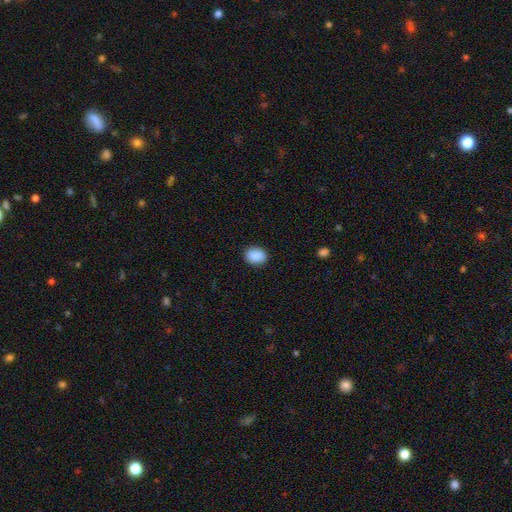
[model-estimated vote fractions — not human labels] smooth 90%, star or artifact 8%, featured or disk 3%. Down the decision tree: how rounded — in between (53%); merging — none (89%).